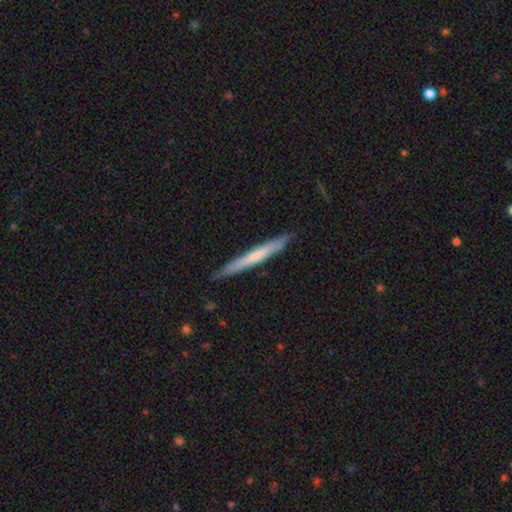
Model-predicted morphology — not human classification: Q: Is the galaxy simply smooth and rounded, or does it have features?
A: smooth — 52%.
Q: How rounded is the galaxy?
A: cigar-shaped — 97%.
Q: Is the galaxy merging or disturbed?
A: none — 87%.